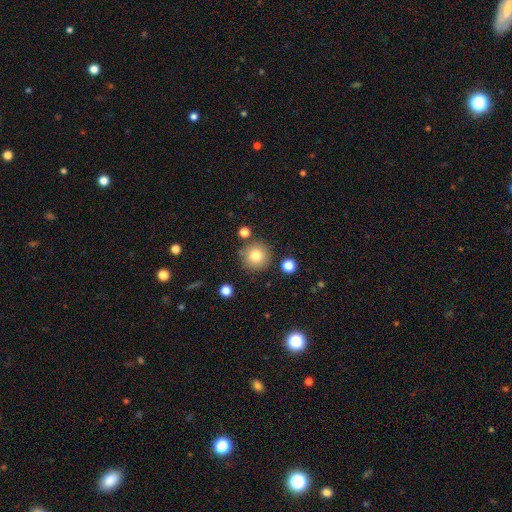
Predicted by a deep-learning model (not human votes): Smooth or featured: smooth — 81% (star or artifact — 10%)
How rounded: round — 95% (in between — 4%)
Merging: none — 84% (minor disturbance — 9%)